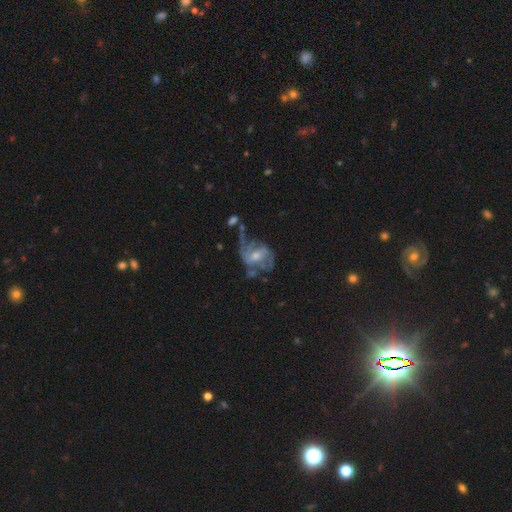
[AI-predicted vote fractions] smooth_or_featured: featured or disk (p=0.77) [alt: smooth p=0.16]
disk_edge_on: no (p=0.97) [alt: yes p=0.03]
bar: no (p=0.46) [alt: weak p=0.44]
has_spiral_arms: yes (p=0.81) [alt: no p=0.19]
spiral_winding: medium (p=0.40) [alt: loose p=0.39]
spiral_arm_count: 2 (p=0.45) [alt: can't tell p=0.26]
bulge_size: moderate (p=0.56) [alt: small p=0.30]
merging: none (p=0.35) [tied with: major disturbance p=0.35]